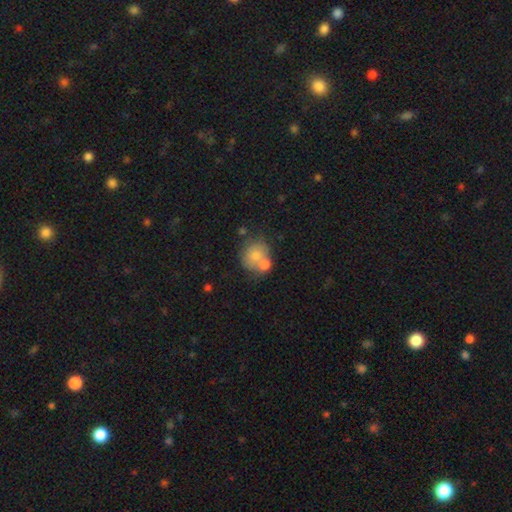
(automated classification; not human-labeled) Smooth or featured?
  - smooth: 73% *
  - featured or disk: 19%
  - star or artifact: 8%
How rounded?
  - round: 78% *
  - in between: 21%
  - cigar-shaped: 1%
Merging?
  - merger: 43% *
  - none: 39%
  - minor disturbance: 13%
  - major disturbance: 5%